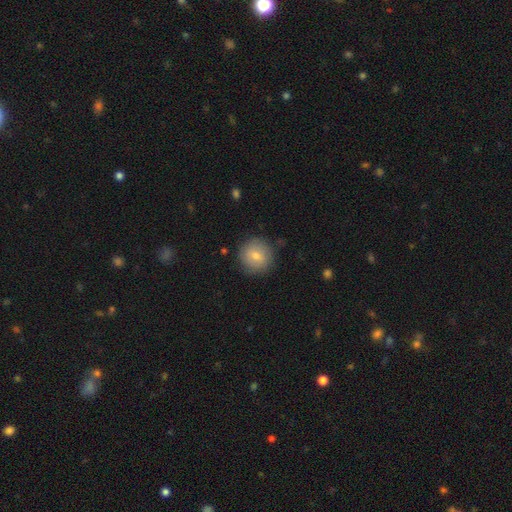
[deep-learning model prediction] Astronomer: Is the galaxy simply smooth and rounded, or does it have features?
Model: smooth — 76%.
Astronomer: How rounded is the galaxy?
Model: round — 94%.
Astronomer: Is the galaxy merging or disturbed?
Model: none — 85%.